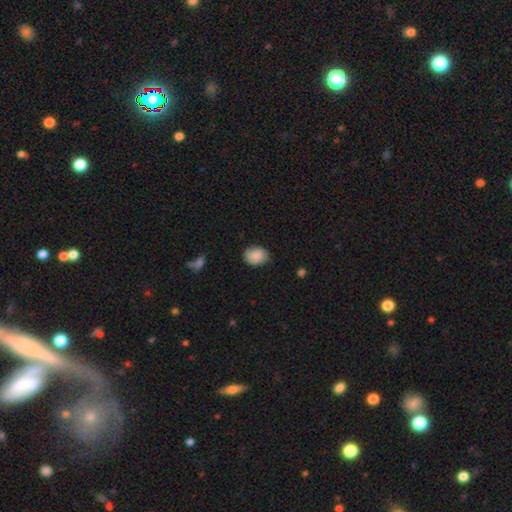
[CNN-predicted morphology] smooth_or_featured: smooth (p=0.79) [alt: featured or disk p=0.14]
how_rounded: in between (p=0.62) [alt: round p=0.37]
merging: none (p=0.73) [alt: minor disturbance p=0.21]